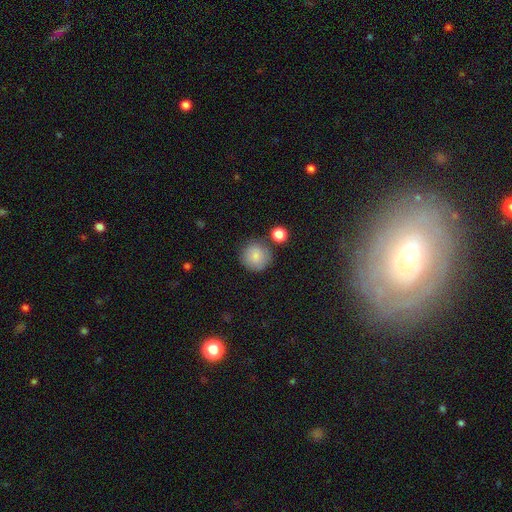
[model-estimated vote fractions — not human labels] Morphology: type=smooth (83%); roundness=round (94%); merging=none (78%).